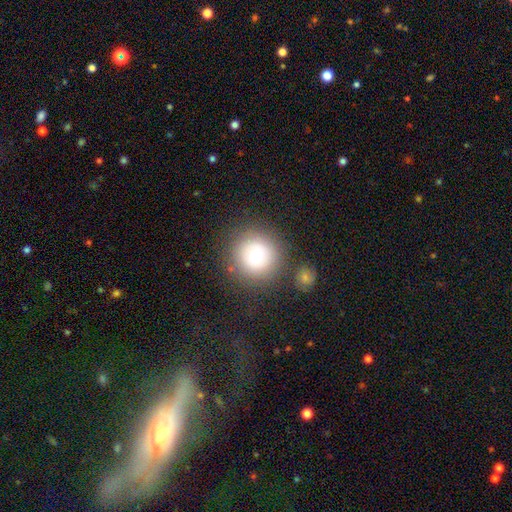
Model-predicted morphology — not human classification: smooth 70%, star or artifact 15%, featured or disk 15%. Down the decision tree: how rounded — round (95%); merging — none (80%).